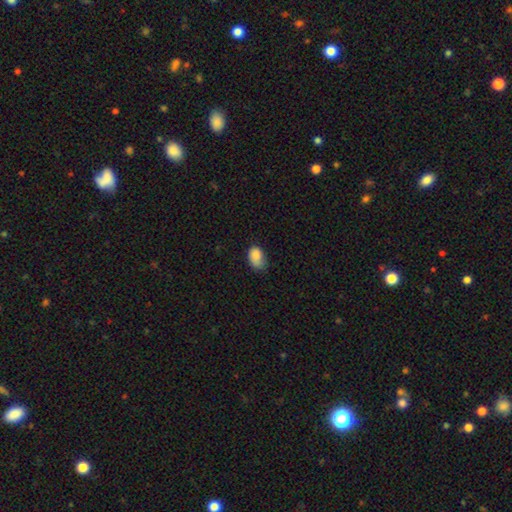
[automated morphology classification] Q: Smooth or featured?
A: smooth (86%); runner-up: star or artifact (8%)
Q: How rounded?
A: in between (84%); runner-up: round (14%)
Q: Merging?
A: none (52%); runner-up: minor disturbance (37%)